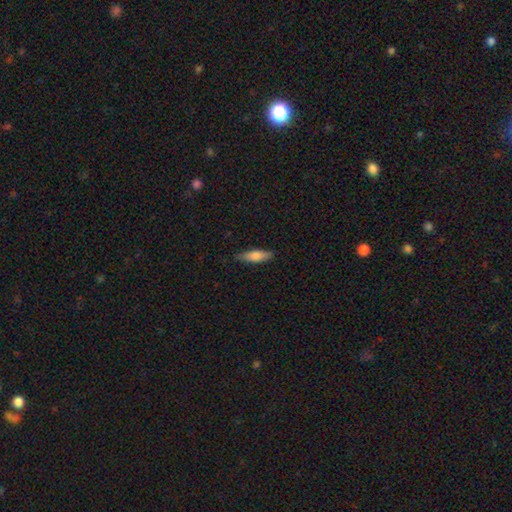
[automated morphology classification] smooth-or-featured: smooth: 77% | featured or disk: 17% | star or artifact: 6%
  how-rounded: cigar-shaped: 50% | in between: 48% | round: 2%
  merging: none: 82% | minor disturbance: 14% | major disturbance: 2% | merger: 1%